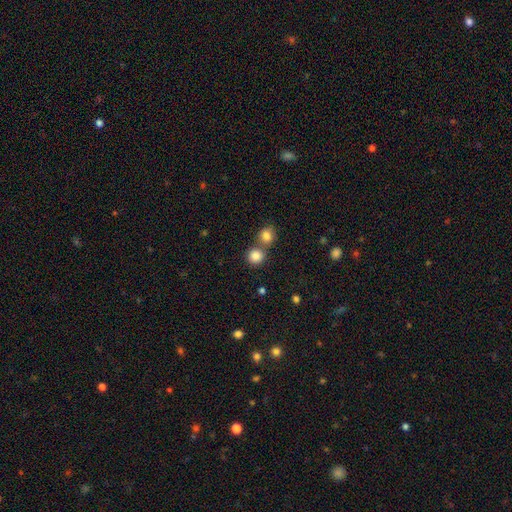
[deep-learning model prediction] The model was most divided on "merging": none: 59%, merger: 33%, minor disturbance: 6%, major disturbance: 2%. More confident: how rounded — round (89%); smooth or featured — smooth (84%).